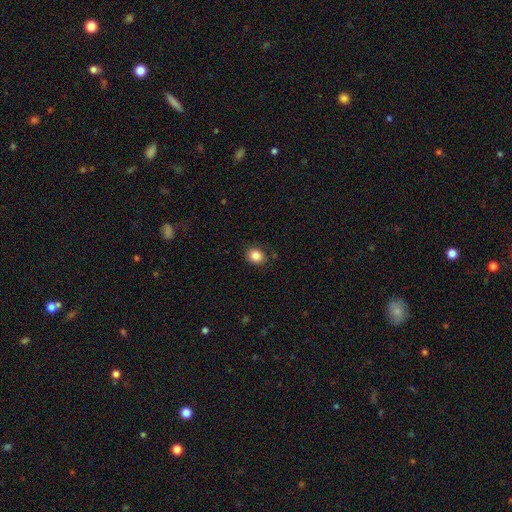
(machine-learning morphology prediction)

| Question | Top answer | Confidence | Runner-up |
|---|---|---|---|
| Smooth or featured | smooth | 85% | star or artifact (10%) |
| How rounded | round | 65% | in between (34%) |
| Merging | none | 88% | minor disturbance (9%) |